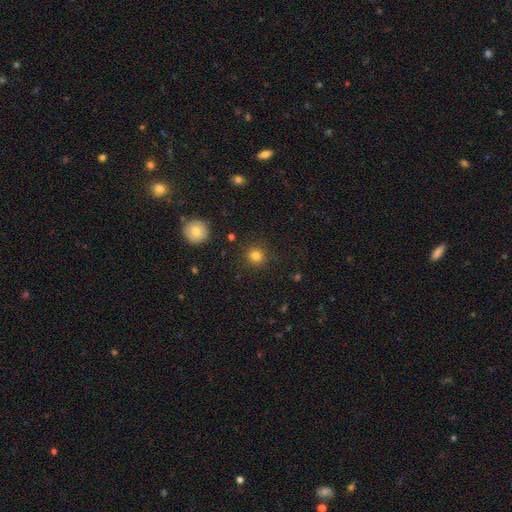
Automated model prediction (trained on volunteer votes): Smooth or featured? Predicted: smooth (p=0.81). How rounded? Predicted: round (p=0.93). Merging? Predicted: none (p=0.89).